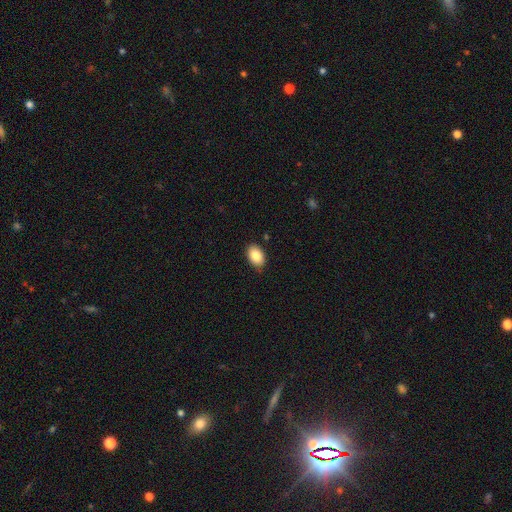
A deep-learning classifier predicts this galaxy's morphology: Q: Smooth or featured?
A: smooth (85%); runner-up: star or artifact (8%)
Q: How rounded?
A: in between (87%); runner-up: round (12%)
Q: Merging?
A: none (86%); runner-up: minor disturbance (11%)